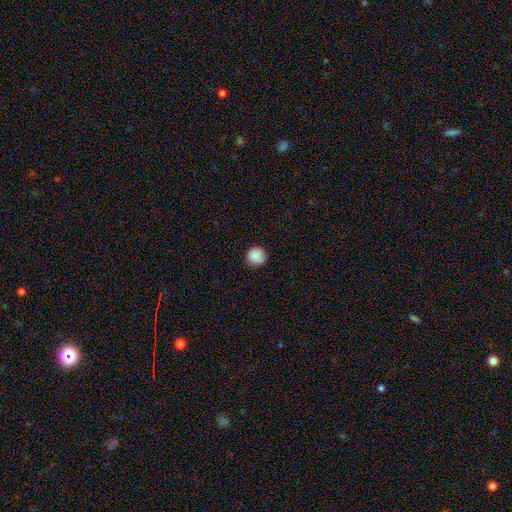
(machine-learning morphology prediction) Q: Smooth or featured?
A: smooth (87%); runner-up: star or artifact (9%)
Q: How rounded?
A: round (93%); runner-up: in between (6%)
Q: Merging?
A: none (86%); runner-up: minor disturbance (11%)